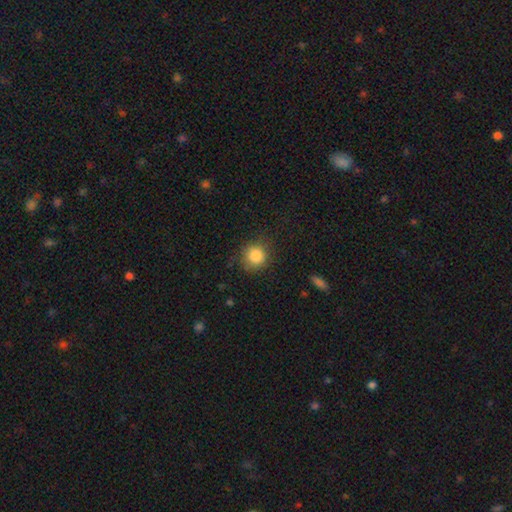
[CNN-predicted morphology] This is clearly a smooth galaxy (86%). How rounded: clearly round (90%). Merging: clearly none (82%).